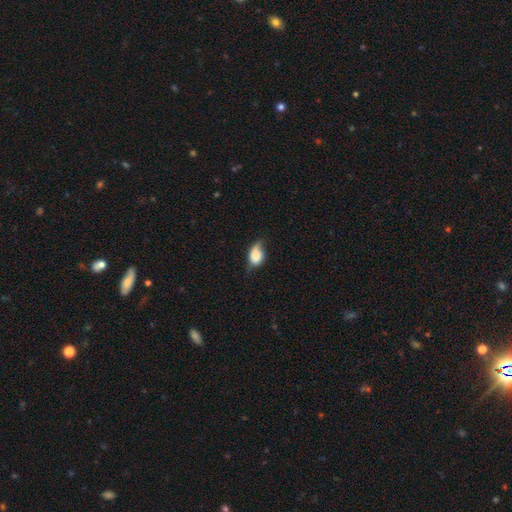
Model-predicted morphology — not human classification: A smooth galaxy with no disk features (77%) that is in between round and cigar-shaped (76%). Merging: minor disturbance (47%).